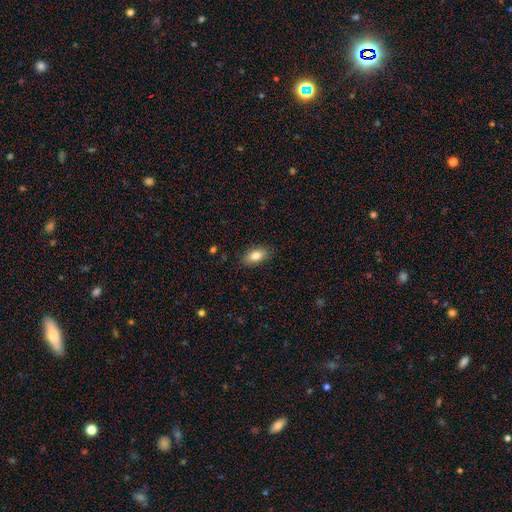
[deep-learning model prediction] This is clearly a smooth galaxy (82%). How rounded: clearly in between (91%). Merging: clearly none (87%).